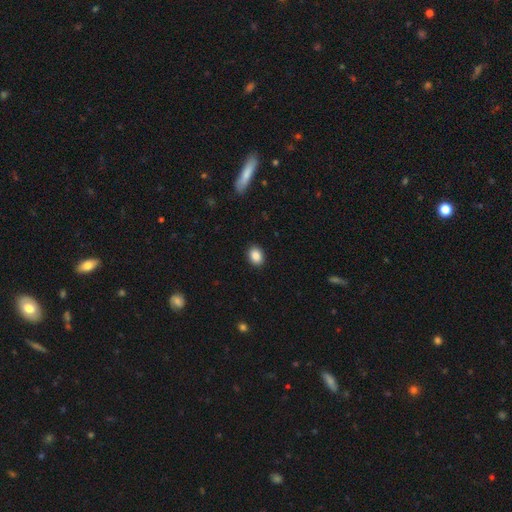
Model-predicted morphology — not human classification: A smooth galaxy with no disk features (87%) that is in between round and cigar-shaped (59%).

Vote fractions:
- Smooth or featured? smooth: 87% / star or artifact: 9% / featured or disk: 4%
- How rounded? in between: 59% / round: 40% / cigar-shaped: 1%
- Merging? none: 91% / minor disturbance: 7% / major disturbance: 2% / merger: 1%